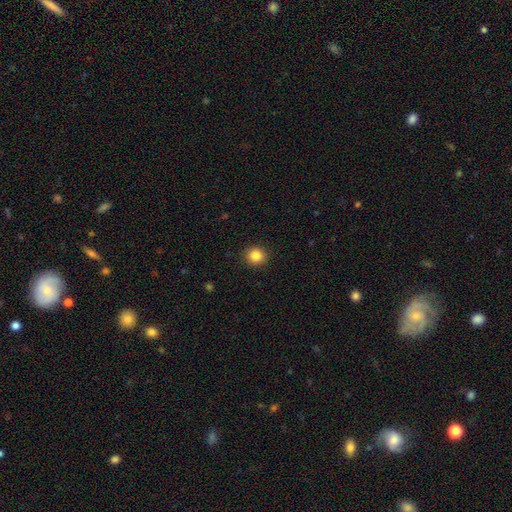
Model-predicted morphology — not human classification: smooth_or_featured: smooth (p=0.85) [alt: star or artifact p=0.10]
how_rounded: round (p=0.87) [alt: in between p=0.12]
merging: none (p=0.92) [alt: minor disturbance p=0.06]